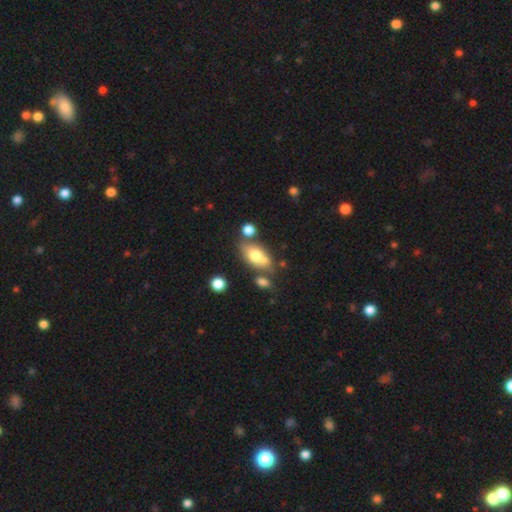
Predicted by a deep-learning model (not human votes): Smooth or featured?
  - smooth: 65% *
  - featured or disk: 26%
  - star or artifact: 9%
How rounded?
  - in between: 85% *
  - round: 9%
  - cigar-shaped: 6%
Merging?
  - none: 52% *
  - merger: 24%
  - minor disturbance: 17%
  - major disturbance: 7%